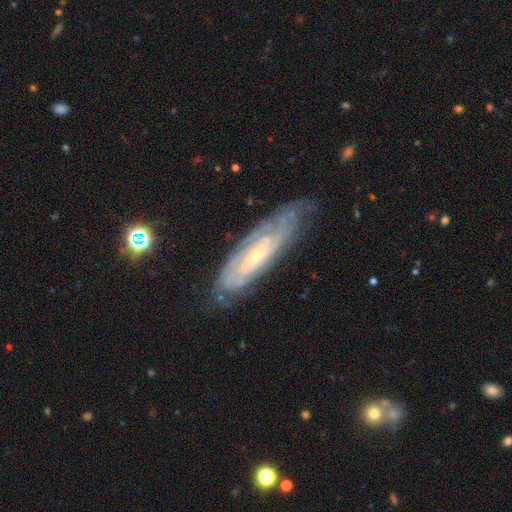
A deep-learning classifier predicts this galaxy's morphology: Smooth or featured? featured or disk (78%)
Edge-on disk? no (76%)
Bar? no (62%)
Spiral arms? yes (89%)
Spiral winding? tight (71%)
Spiral arm count? can't tell (60%)
Bulge size? small (78%)
Merging? none (69%)